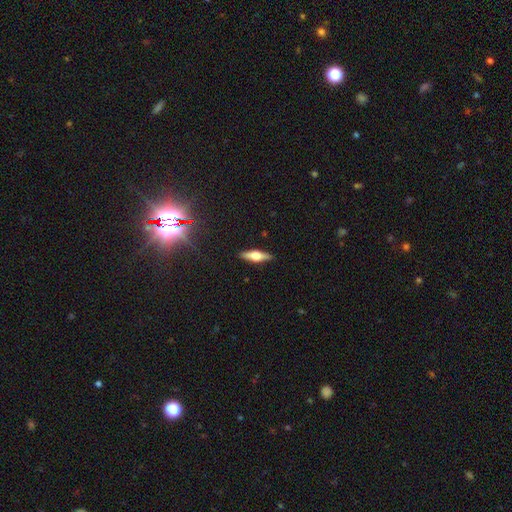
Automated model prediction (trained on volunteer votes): Morphology: type=featured or disk (56%); edge-on=yes (95%); edge-on bulge=rounded (92%); merging=none (89%).